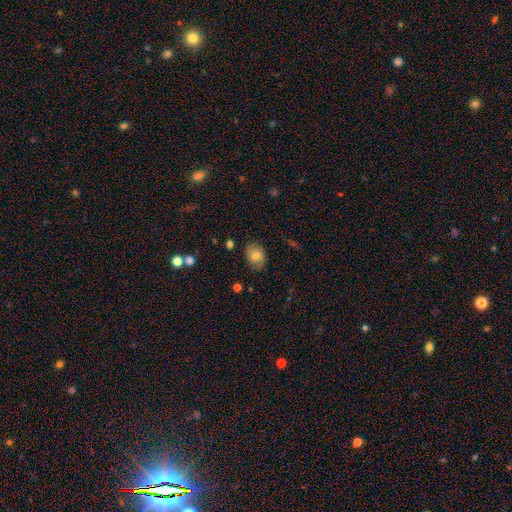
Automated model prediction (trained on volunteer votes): This is likely a smooth galaxy (63%). How rounded: possibly in between (57%). Merging: likely none (79%).